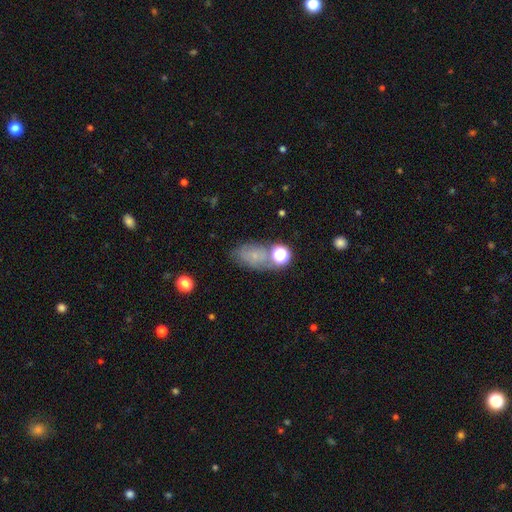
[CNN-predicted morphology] Q: Smooth or featured?
A: smooth (53%); runner-up: featured or disk (24%)
Q: How rounded?
A: in between (80%); runner-up: round (17%)
Q: Merging?
A: none (59%); runner-up: minor disturbance (20%)